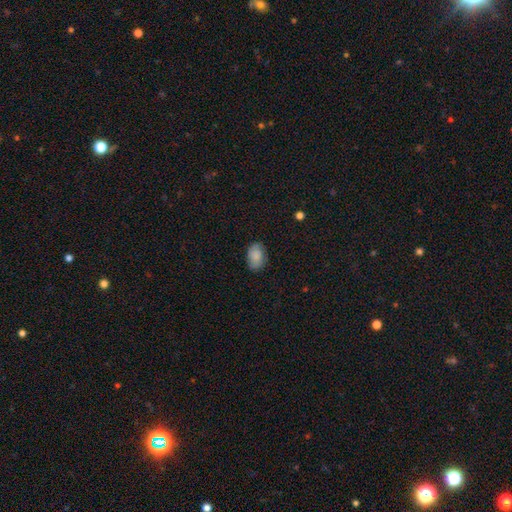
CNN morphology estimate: smooth_or_featured: smooth (p=0.80) [alt: featured or disk p=0.12]
how_rounded: in between (p=0.86) [alt: round p=0.12]
merging: none (p=0.78) [alt: minor disturbance p=0.17]